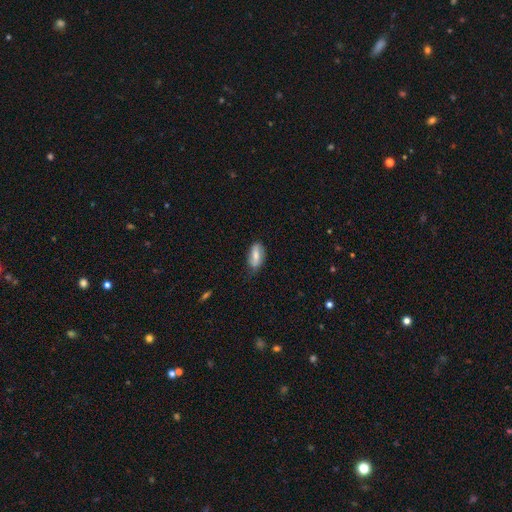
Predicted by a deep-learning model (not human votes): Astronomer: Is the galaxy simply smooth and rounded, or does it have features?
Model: smooth — 60%.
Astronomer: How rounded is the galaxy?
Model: in between — 87%.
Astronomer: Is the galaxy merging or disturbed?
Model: none — 66%.